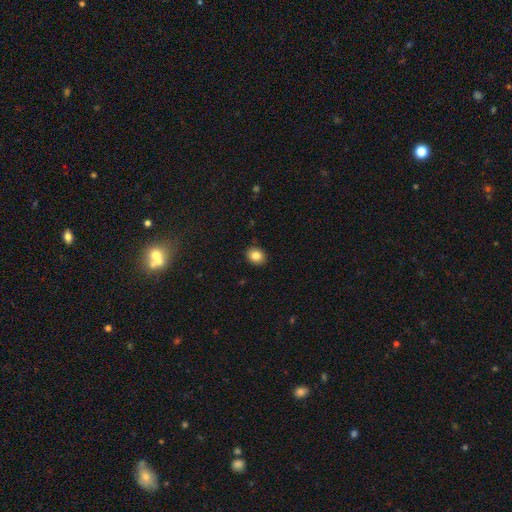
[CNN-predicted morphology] Smooth or featured? Predicted: smooth (p=0.85). How rounded? Predicted: round (p=0.57). Merging? Predicted: none (p=0.89).